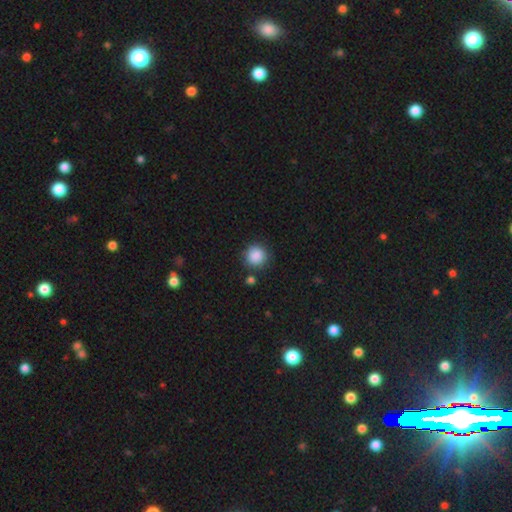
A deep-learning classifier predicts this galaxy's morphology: This appears to be a smooth galaxy with no disk features (88%) that is round (92%). Merging: none (84%).